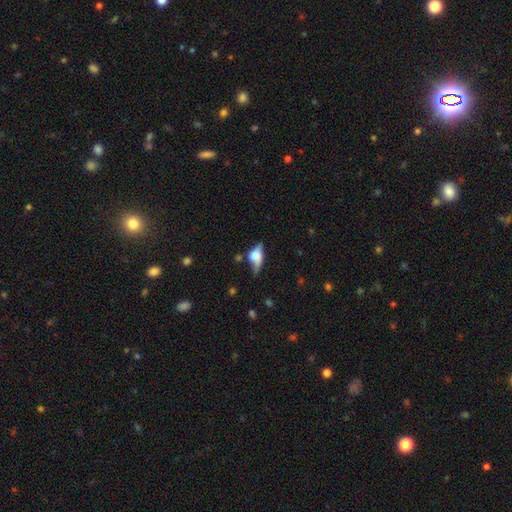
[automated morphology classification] smooth_or_featured: featured or disk (p=0.48) [alt: smooth p=0.42]
merging: none (p=0.41) [alt: minor disturbance p=0.27]